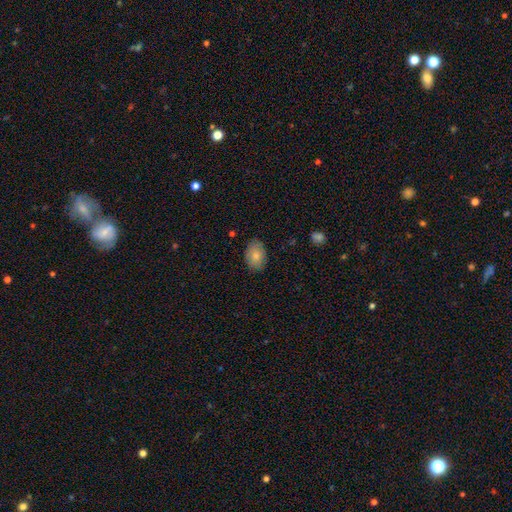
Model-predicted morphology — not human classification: Smooth or featured? smooth (83%)
How rounded? in between (86%)
Merging? none (83%)